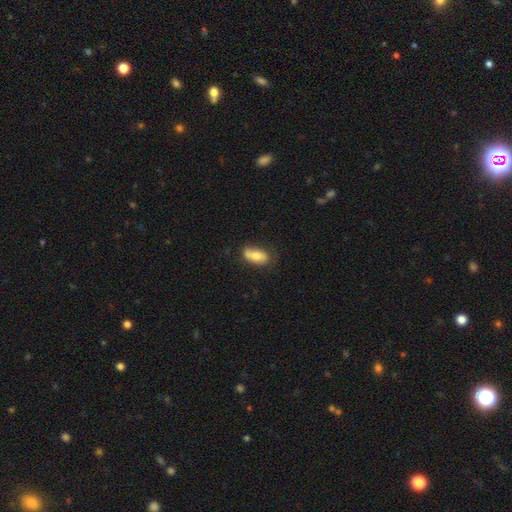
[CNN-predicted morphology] Smooth or featured?
  - smooth: 71% *
  - featured or disk: 22%
  - star or artifact: 7%
How rounded?
  - in between: 87% *
  - cigar-shaped: 9%
  - round: 4%
Merging?
  - none: 57% *
  - minor disturbance: 29%
  - major disturbance: 9%
  - merger: 5%